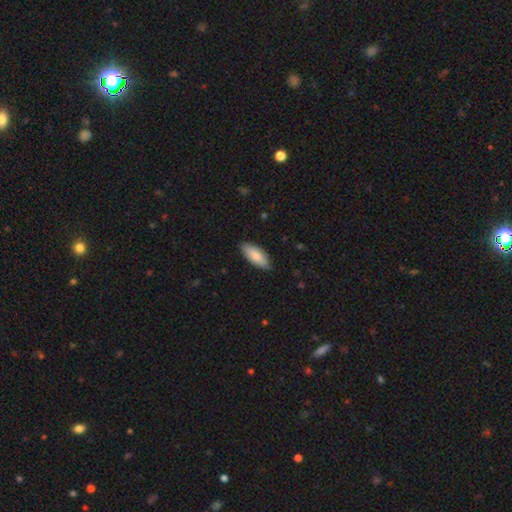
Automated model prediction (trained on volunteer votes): smooth_or_featured: smooth (p=0.84) [alt: featured or disk p=0.11]
how_rounded: in between (p=0.84) [alt: cigar-shaped p=0.14]
merging: none (p=0.85) [alt: minor disturbance p=0.12]